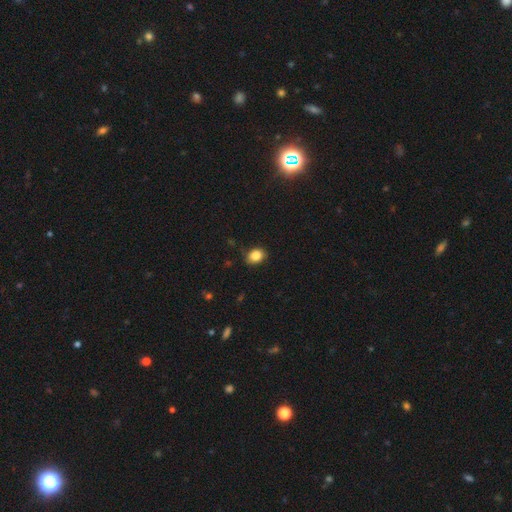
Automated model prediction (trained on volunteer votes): smooth 86%, star or artifact 9%, featured or disk 5%. Down the decision tree: how rounded — in between (58%); merging — none (84%).